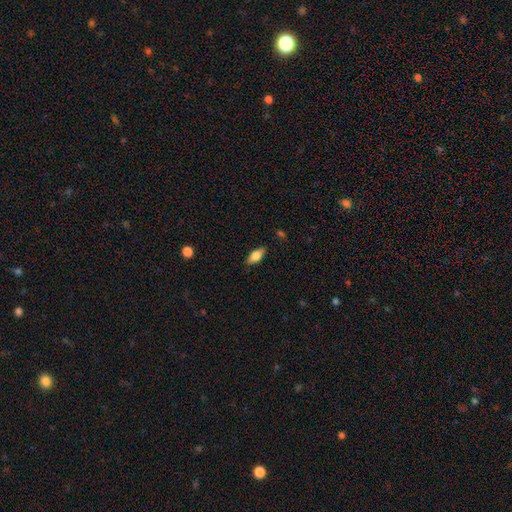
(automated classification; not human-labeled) Q: Smooth or featured?
A: smooth (72%); runner-up: featured or disk (21%)
Q: How rounded?
A: in between (84%); runner-up: cigar-shaped (12%)
Q: Merging?
A: none (85%); runner-up: minor disturbance (12%)